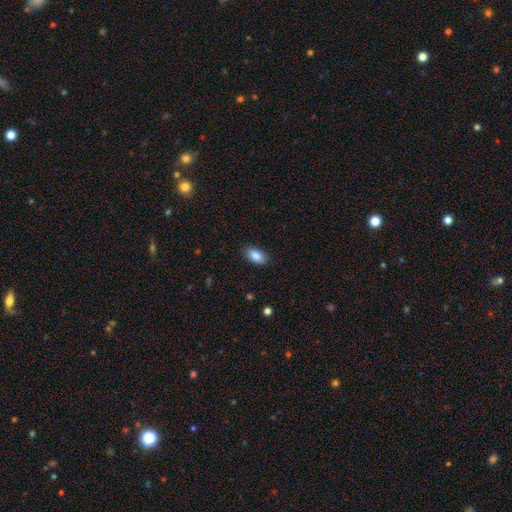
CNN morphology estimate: smooth 87%, star or artifact 7%, featured or disk 6%. Down the decision tree: how rounded — in between (93%); merging — none (87%).